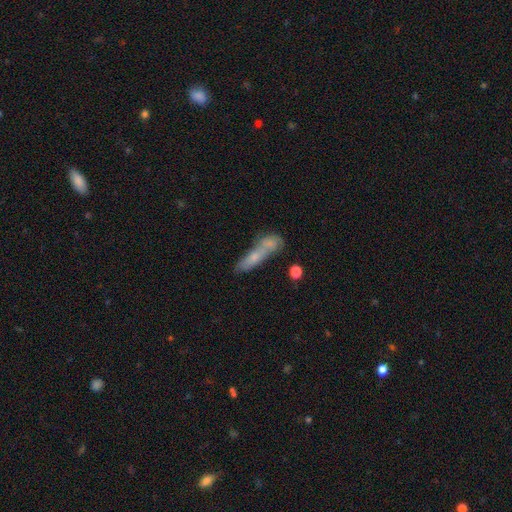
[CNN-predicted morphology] smooth_or_featured: smooth (p=0.57) [alt: featured or disk p=0.33]
how_rounded: cigar-shaped (p=0.70) [alt: in between p=0.26]
merging: merger (p=0.47) [alt: none p=0.33]